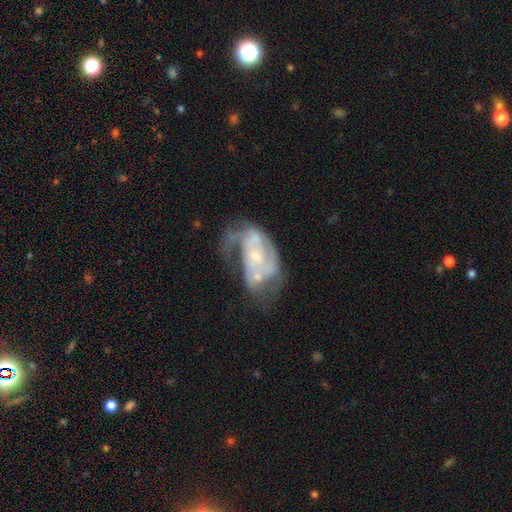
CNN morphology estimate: Smooth or featured? featured or disk (75%)
Edge-on disk? no (97%)
Bar? no (70%)
Spiral arms? yes (68%)
Bulge size? small (54%)
Merging? major disturbance (36%)